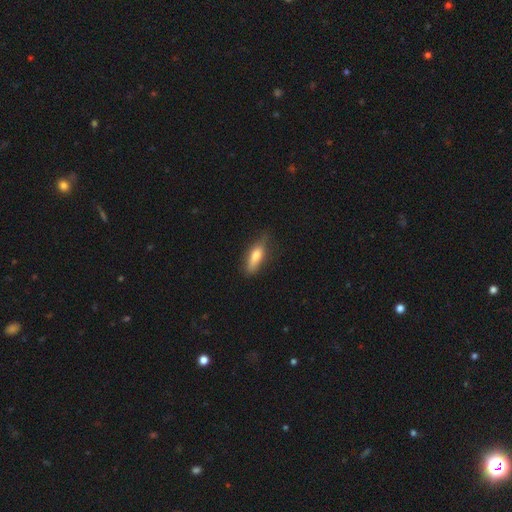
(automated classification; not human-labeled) Smooth or featured: smooth — 69% (featured or disk — 24%)
How rounded: cigar-shaped — 51% (in between — 47%)
Merging: none — 70% (minor disturbance — 24%)